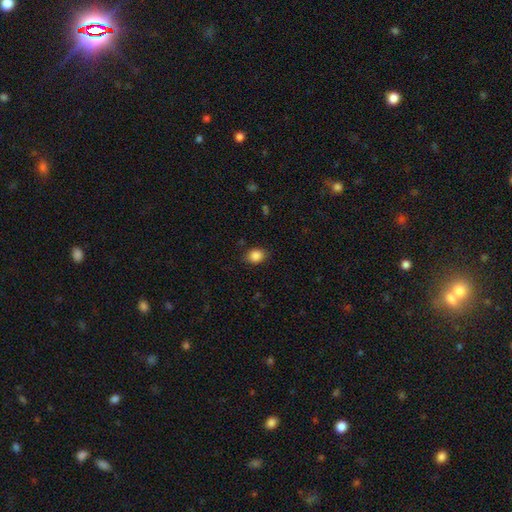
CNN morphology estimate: Smooth or featured? smooth (86%)
How rounded? in between (51%)
Merging? none (82%)